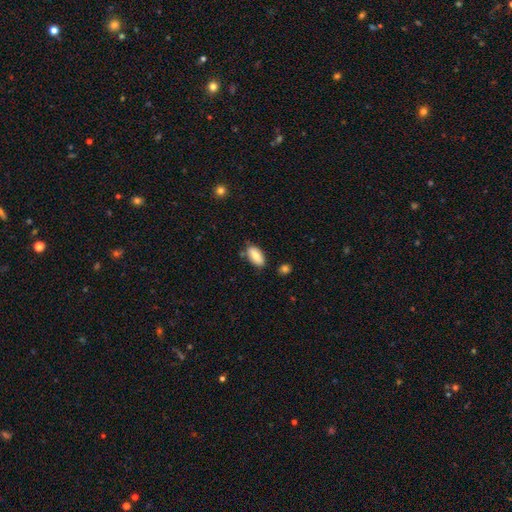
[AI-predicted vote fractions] Q: Smooth or featured?
A: smooth (77%); runner-up: featured or disk (16%)
Q: How rounded?
A: in between (90%); runner-up: cigar-shaped (7%)
Q: Merging?
A: none (77%); runner-up: minor disturbance (16%)